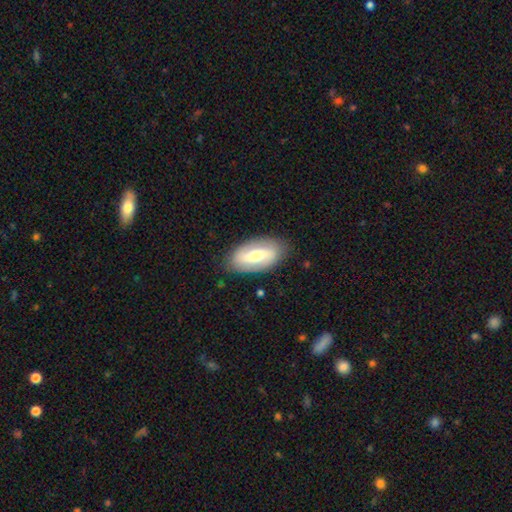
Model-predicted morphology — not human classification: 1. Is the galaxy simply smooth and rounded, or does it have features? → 58% featured or disk, 36% smooth, 6% star or artifact.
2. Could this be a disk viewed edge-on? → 88% no, 12% yes.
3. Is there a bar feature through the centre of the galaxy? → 48% strong, 33% weak, 20% no.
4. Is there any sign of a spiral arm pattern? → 60% yes, 40% no.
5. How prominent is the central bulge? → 63% moderate, 29% small, 6% large, 1% none, 1% dominant.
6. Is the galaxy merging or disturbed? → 85% none, 11% minor disturbance, 3% major disturbance, 1% merger.